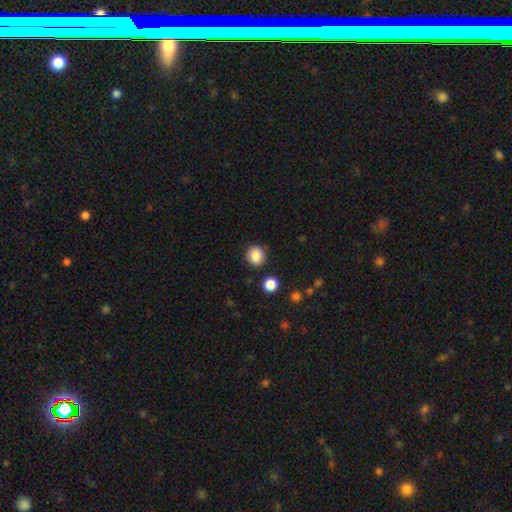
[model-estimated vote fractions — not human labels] smooth_or_featured: smooth (p=0.87) [alt: star or artifact p=0.09]
how_rounded: round (p=0.82) [alt: in between p=0.17]
merging: none (p=0.87) [alt: minor disturbance p=0.08]